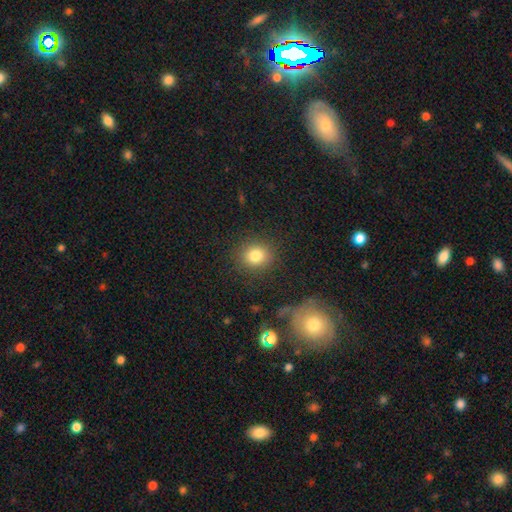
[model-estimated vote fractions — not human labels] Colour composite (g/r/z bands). It shows a smooth galaxy with no disk features (82%) that is round (78%). Merging: none (86%).